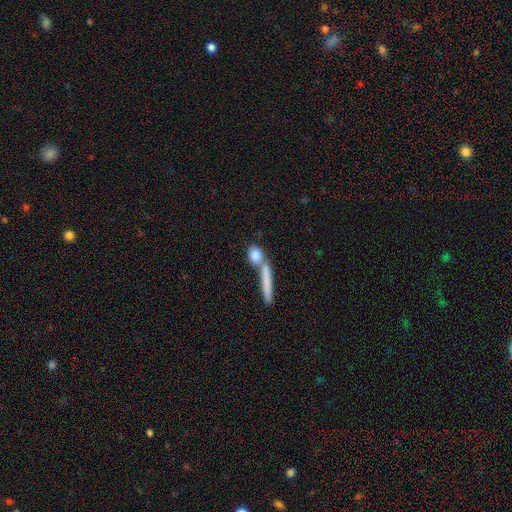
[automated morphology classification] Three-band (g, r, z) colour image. It shows a smooth galaxy with no disk features (79%) that is round (40%). Merging: none (51%).